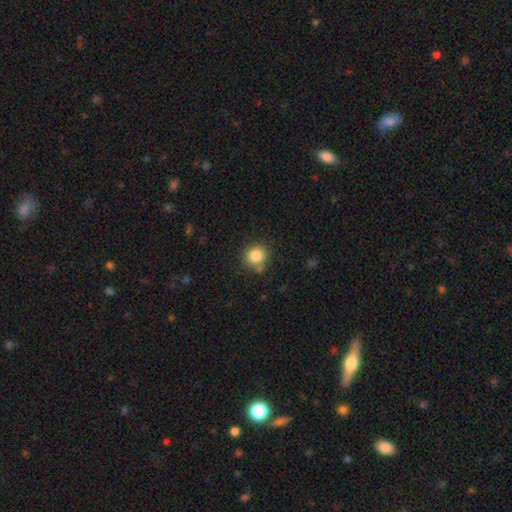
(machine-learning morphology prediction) Smooth or featured? Predicted: smooth (p=0.84). How rounded? Predicted: round (p=0.90). Merging? Predicted: none (p=0.78).